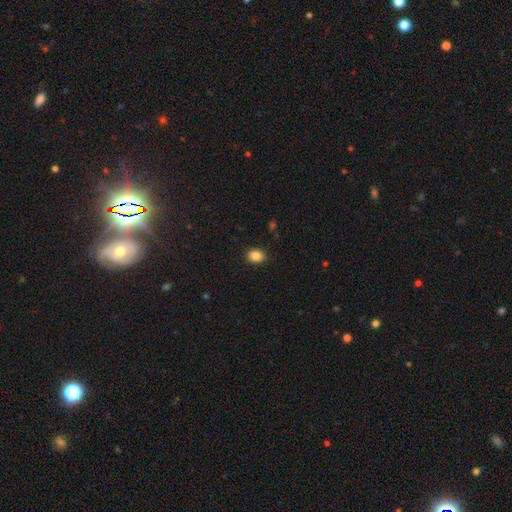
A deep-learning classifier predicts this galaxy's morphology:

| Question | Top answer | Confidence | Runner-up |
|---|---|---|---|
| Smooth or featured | smooth | 87% | star or artifact (9%) |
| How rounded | in between | 56% | round (43%) |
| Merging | none | 90% | minor disturbance (7%) |